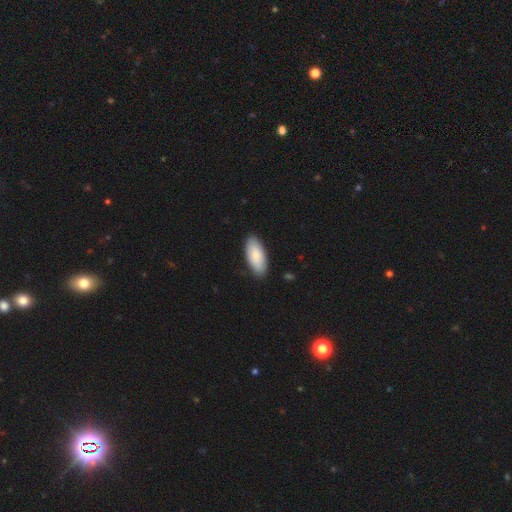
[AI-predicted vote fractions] A smooth galaxy with no disk features (85%) that is in between round and cigar-shaped (89%). Merging: none (87%).